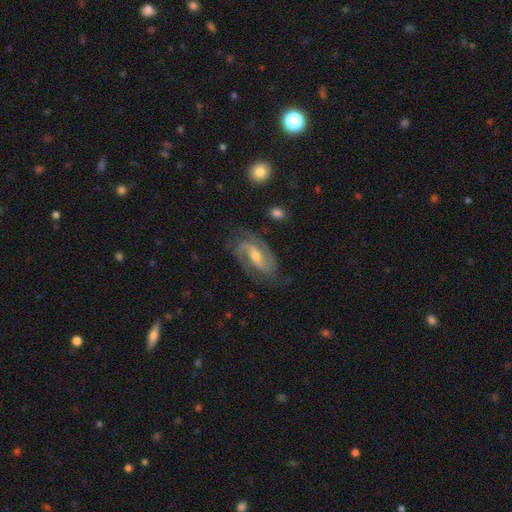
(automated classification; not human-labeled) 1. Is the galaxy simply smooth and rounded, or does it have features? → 88% featured or disk, 7% smooth, 5% star or artifact.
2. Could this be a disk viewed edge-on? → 96% no, 4% yes.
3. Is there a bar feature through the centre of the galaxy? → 43% weak, 36% strong, 22% no.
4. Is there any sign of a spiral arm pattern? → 97% yes, 3% no.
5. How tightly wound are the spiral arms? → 51% medium, 32% tight, 17% loose.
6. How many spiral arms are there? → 87% 2, 5% can't tell, 3% 3, 3% 1, 1% 4, 1% more than 4.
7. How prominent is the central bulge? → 52% moderate, 42% small, 3% large, 2% none, 1% dominant.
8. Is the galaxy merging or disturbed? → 74% none, 17% minor disturbance, 7% major disturbance, 2% merger.